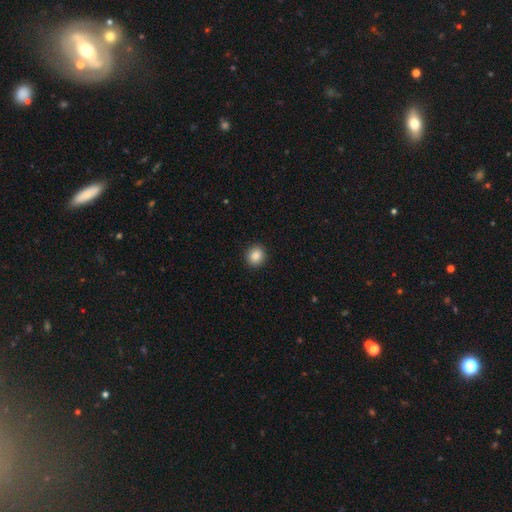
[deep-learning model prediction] Overall: smooth (87%). How rounded: round (84%). Merging: none (92%).